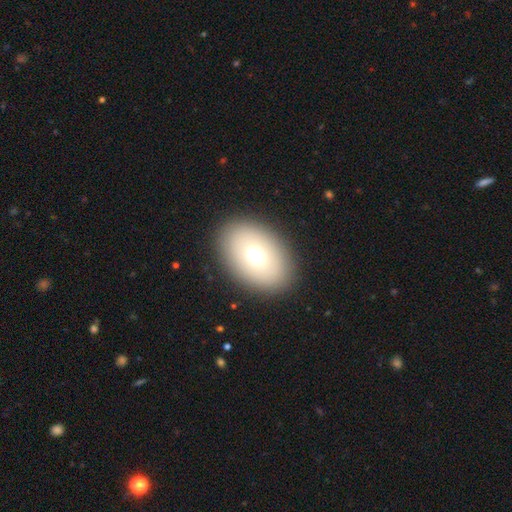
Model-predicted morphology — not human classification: Smooth or featured? smooth (69%)
How rounded? in between (82%)
Merging? none (89%)